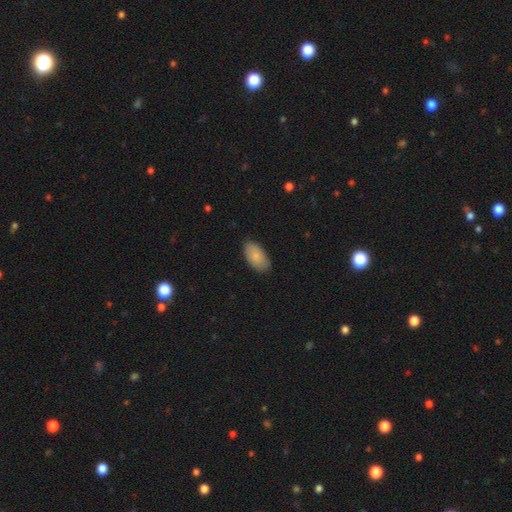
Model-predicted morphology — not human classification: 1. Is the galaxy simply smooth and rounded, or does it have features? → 85% smooth, 9% featured or disk, 6% star or artifact.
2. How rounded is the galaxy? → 95% in between, 3% round, 2% cigar-shaped.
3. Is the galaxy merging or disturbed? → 83% none, 13% minor disturbance, 2% major disturbance, 1% merger.